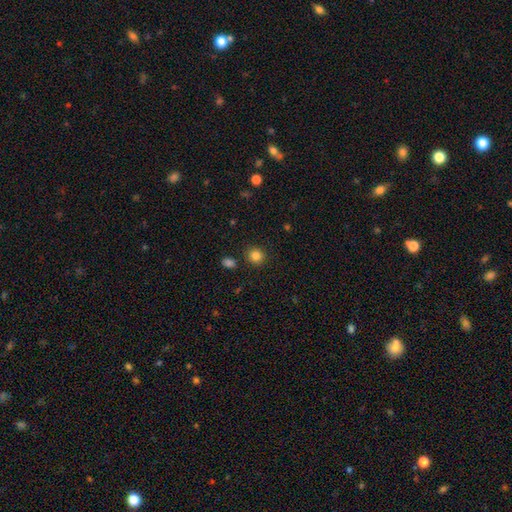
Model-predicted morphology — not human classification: Smooth or featured? Predicted: smooth (p=0.84). How rounded? Predicted: round (p=0.89). Merging? Predicted: none (p=0.88).